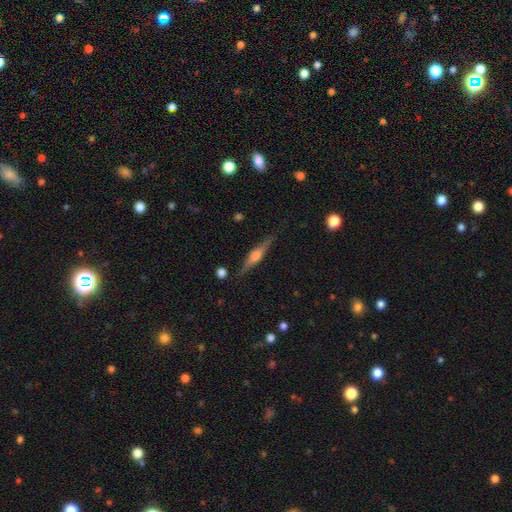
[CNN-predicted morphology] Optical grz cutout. It shows a featured or disk galaxy (70%) viewed edge-on (97%) with a rounded central bulge (86%). Merging: none (86%).